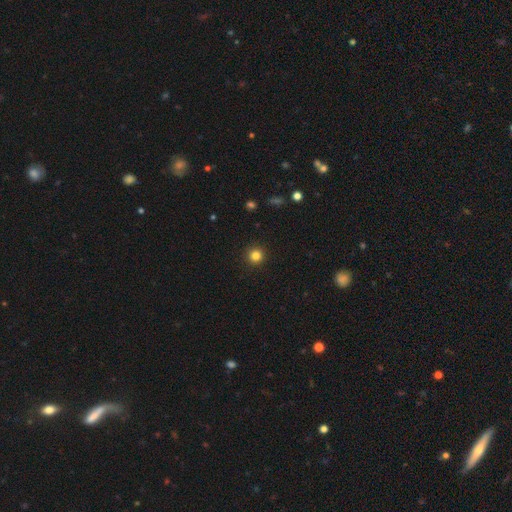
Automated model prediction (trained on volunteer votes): A smooth galaxy with no disk features (83%) that is round (95%).

Vote fractions:
- Smooth or featured? smooth: 83% / star or artifact: 12% / featured or disk: 4%
- How rounded? round: 95% / in between: 4% / cigar-shaped: 1%
- Merging? none: 93% / minor disturbance: 5% / major disturbance: 2% / merger: 1%